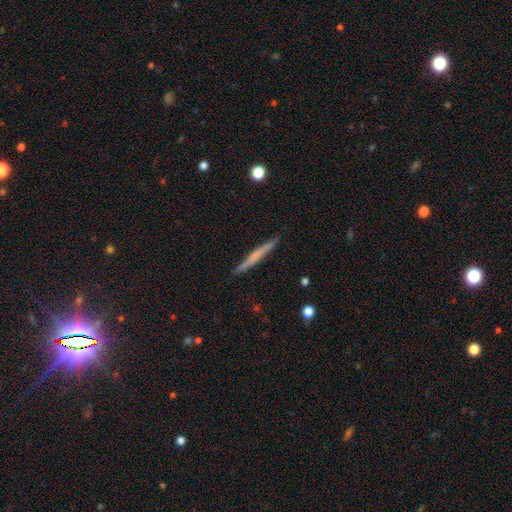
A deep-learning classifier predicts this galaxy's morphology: Smooth or featured?
  - smooth: 48% *
  - featured or disk: 46%
  - star or artifact: 6%
Merging?
  - none: 90% *
  - minor disturbance: 7%
  - major disturbance: 1%
  - merger: 1%